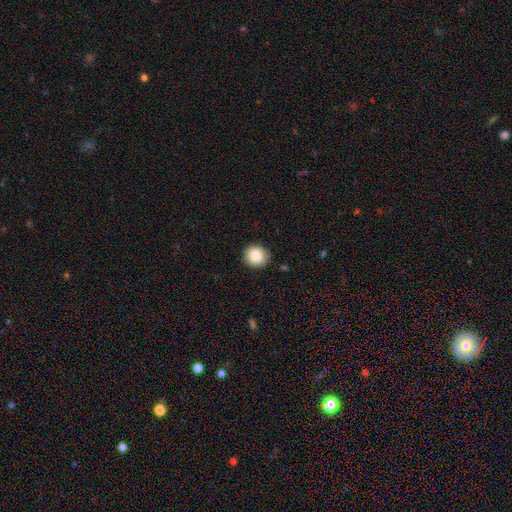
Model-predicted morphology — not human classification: Smooth or featured? Predicted: smooth (p=0.86). How rounded? Predicted: round (p=0.87). Merging? Predicted: none (p=0.90).